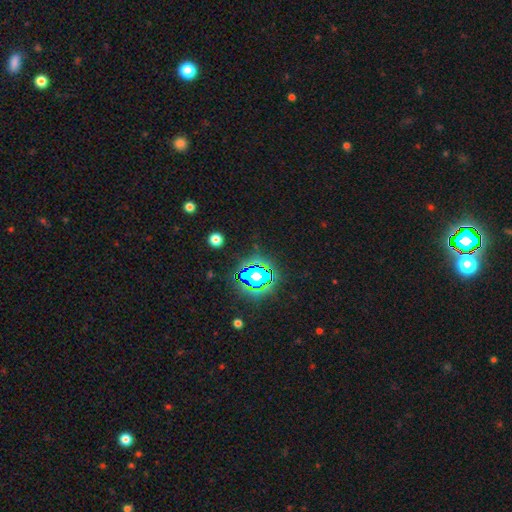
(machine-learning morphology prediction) This appears to be a star or artifact, not a galaxy (79%).